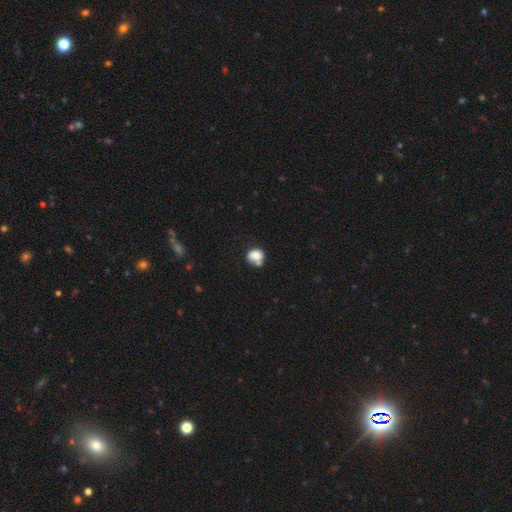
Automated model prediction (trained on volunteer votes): Morphology: type=smooth (79%); roundness=round (67%); merging=none (41%).